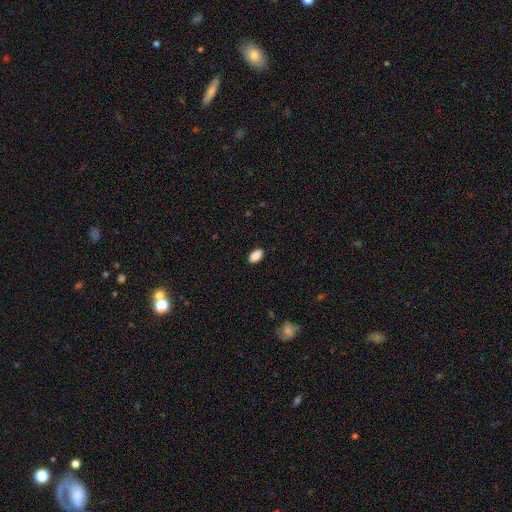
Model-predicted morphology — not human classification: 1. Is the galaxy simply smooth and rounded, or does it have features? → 90% smooth, 7% star or artifact, 3% featured or disk.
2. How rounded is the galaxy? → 94% in between, 4% round, 2% cigar-shaped.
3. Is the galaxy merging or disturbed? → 89% none, 8% minor disturbance, 2% major disturbance, 1% merger.